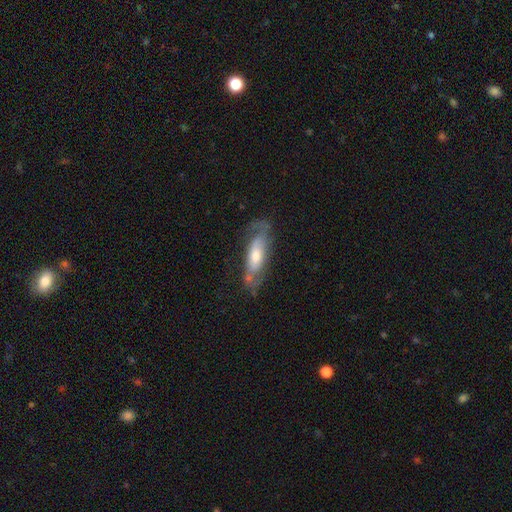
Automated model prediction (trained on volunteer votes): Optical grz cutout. It shows a featured or disk galaxy (56%). Merging: none (56%).